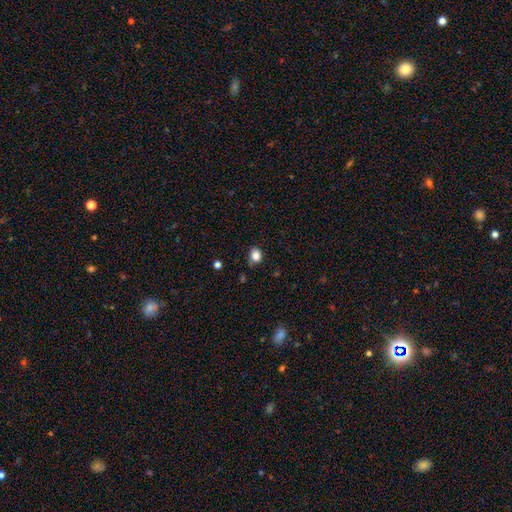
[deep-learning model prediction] A smooth galaxy with no disk features (85%) that is in between round and cigar-shaped (51%). Merging: none (74%).